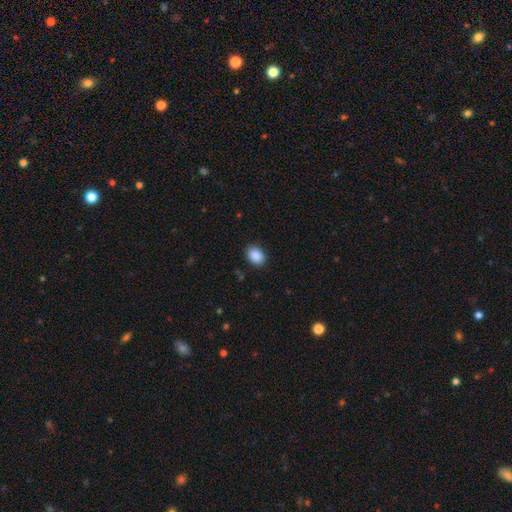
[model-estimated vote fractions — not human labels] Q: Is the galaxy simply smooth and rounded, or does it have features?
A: smooth — 89%.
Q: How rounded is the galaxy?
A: in between — 71%.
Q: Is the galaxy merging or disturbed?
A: none — 87%.